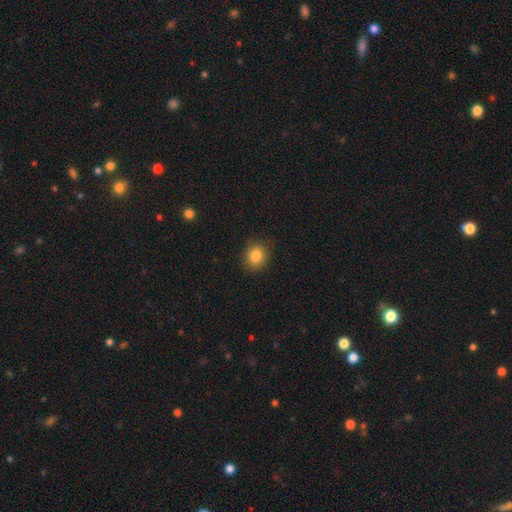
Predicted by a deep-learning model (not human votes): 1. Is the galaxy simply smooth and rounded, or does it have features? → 83% smooth, 10% star or artifact, 6% featured or disk.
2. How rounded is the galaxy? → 68% round, 31% in between, 1% cigar-shaped.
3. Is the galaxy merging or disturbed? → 84% none, 12% minor disturbance, 3% major disturbance, 1% merger.